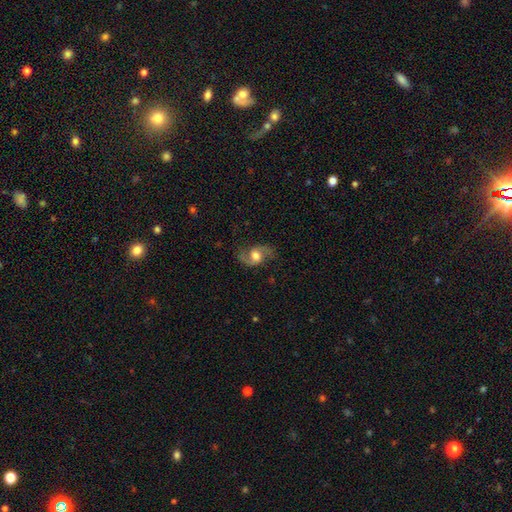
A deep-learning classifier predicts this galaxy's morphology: Q: Smooth or featured?
A: featured or disk (73%); runner-up: smooth (19%)
Q: Edge-on disk?
A: no (96%); runner-up: yes (4%)
Q: Bar?
A: no (58%); runner-up: weak (34%)
Q: Spiral arms?
A: yes (91%); runner-up: no (9%)
Q: Spiral winding?
A: loose (58%); runner-up: medium (34%)
Q: Spiral arm count?
A: 2 (91%); runner-up: can't tell (3%)
Q: Bulge size?
A: moderate (63%); runner-up: large (24%)
Q: Merging?
A: none (73%); runner-up: minor disturbance (17%)